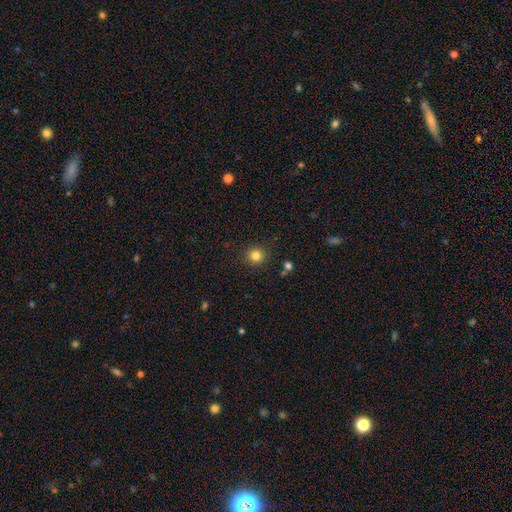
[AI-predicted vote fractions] Smooth or featured: smooth — 82% (star or artifact — 13%)
How rounded: round — 94% (in between — 5%)
Merging: none — 90% (minor disturbance — 6%)